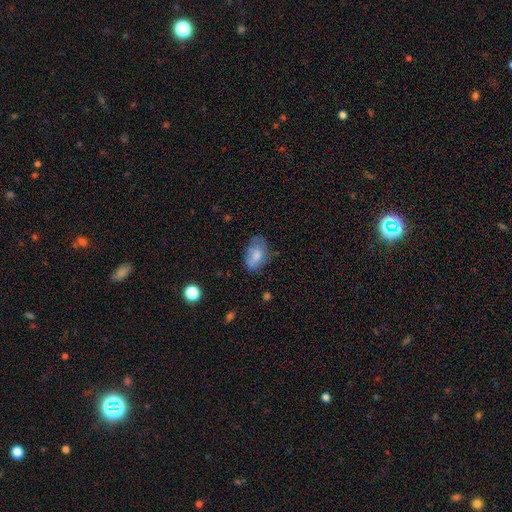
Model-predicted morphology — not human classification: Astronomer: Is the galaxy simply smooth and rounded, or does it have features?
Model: smooth — 74%.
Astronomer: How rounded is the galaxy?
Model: in between — 89%.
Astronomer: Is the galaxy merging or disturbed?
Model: none — 50% (runner-up: minor disturbance, 33%).